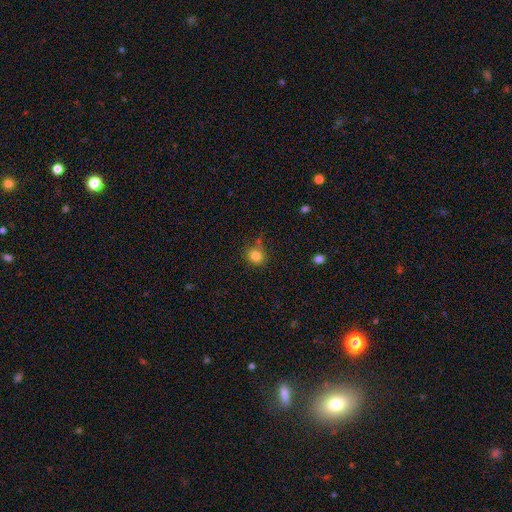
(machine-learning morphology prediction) Smooth or featured? Predicted: smooth (p=0.82). How rounded? Predicted: round (p=0.83). Merging? Predicted: none (p=0.75).